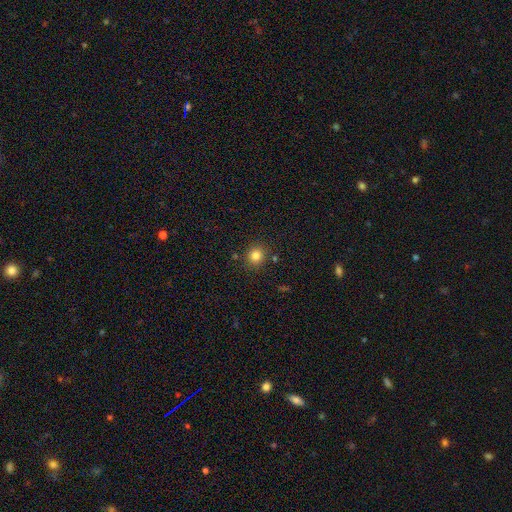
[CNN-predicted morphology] Smooth or featured?
  - smooth: 82% *
  - star or artifact: 13%
  - featured or disk: 6%
How rounded?
  - round: 89% *
  - in between: 10%
  - cigar-shaped: 1%
Merging?
  - none: 86% *
  - minor disturbance: 8%
  - merger: 4%
  - major disturbance: 2%